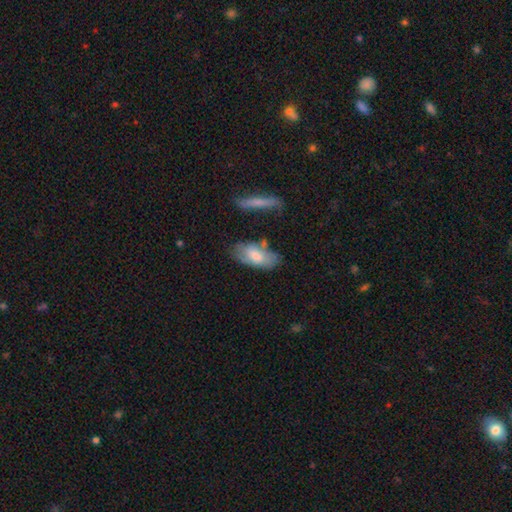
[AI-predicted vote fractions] This appears to be a smooth galaxy with no disk features (66%) that is in between round and cigar-shaped (88%). Merging: none (56%).